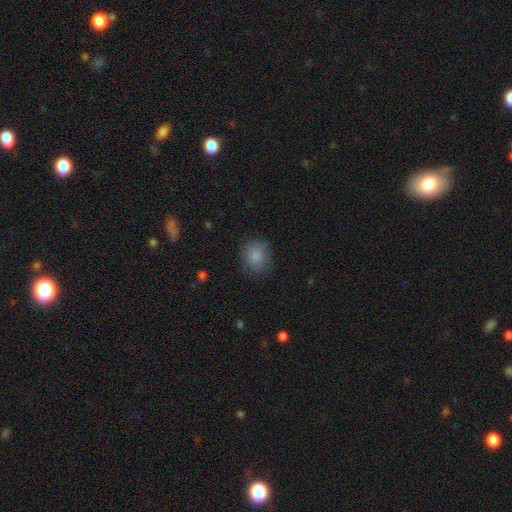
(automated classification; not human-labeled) Smooth or featured: smooth — 85% (star or artifact — 9%)
How rounded: round — 79% (in between — 20%)
Merging: none — 79% (minor disturbance — 15%)